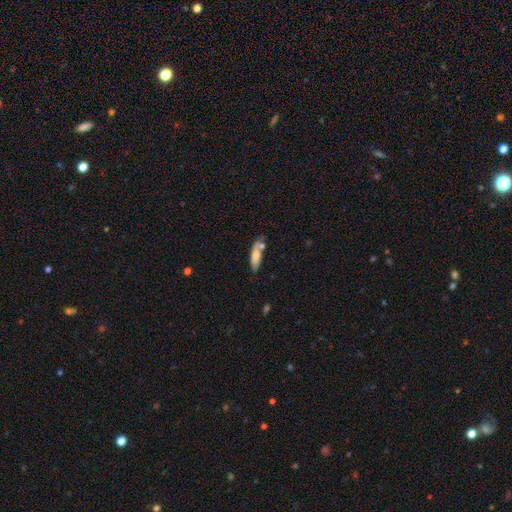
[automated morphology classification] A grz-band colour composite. It shows a smooth galaxy with no disk features (70%) that is cigar-shaped (55%). Merging: none (58%).